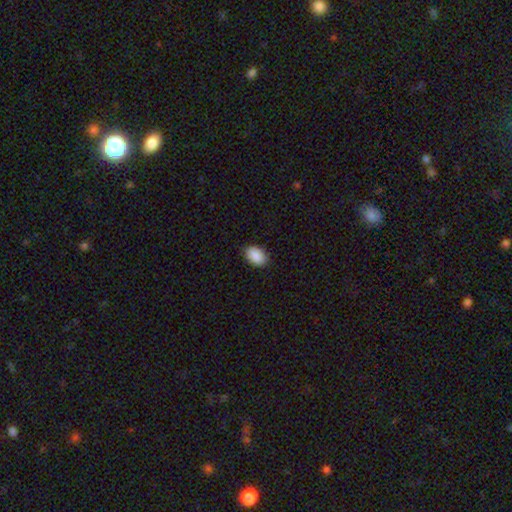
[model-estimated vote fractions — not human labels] Q: Smooth or featured?
A: smooth (90%); runner-up: star or artifact (7%)
Q: How rounded?
A: in between (87%); runner-up: round (12%)
Q: Merging?
A: none (87%); runner-up: minor disturbance (10%)